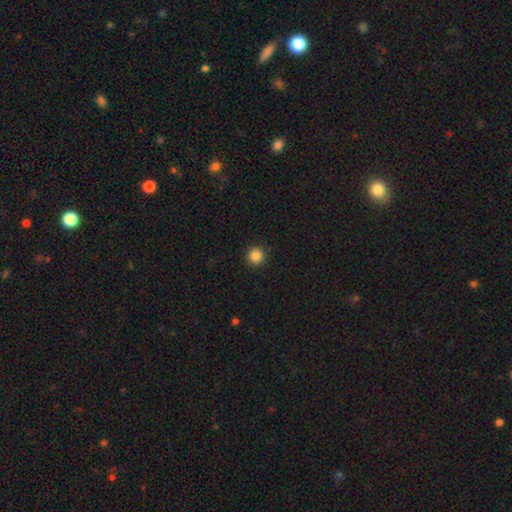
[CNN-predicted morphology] A smooth galaxy with no disk features (86%) that is round (96%).

Vote fractions:
- Smooth or featured? smooth: 86% / star or artifact: 11% / featured or disk: 3%
- How rounded? round: 96% / in between: 3% / cigar-shaped: 1%
- Merging? none: 92% / minor disturbance: 5% / major disturbance: 2% / merger: 1%